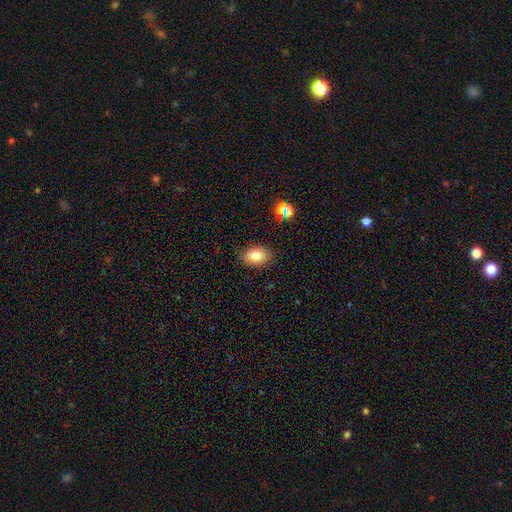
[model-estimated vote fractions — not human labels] Smooth or featured? smooth (82%)
How rounded? in between (84%)
Merging? none (86%)